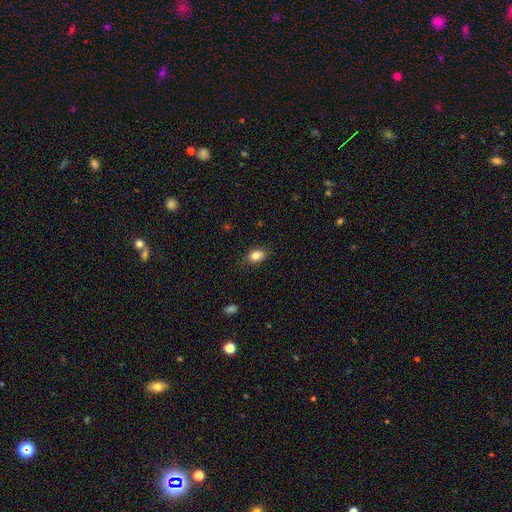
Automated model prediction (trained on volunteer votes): smooth 83%, star or artifact 9%, featured or disk 7%. Down the decision tree: how rounded — in between (71%); merging — none (80%).